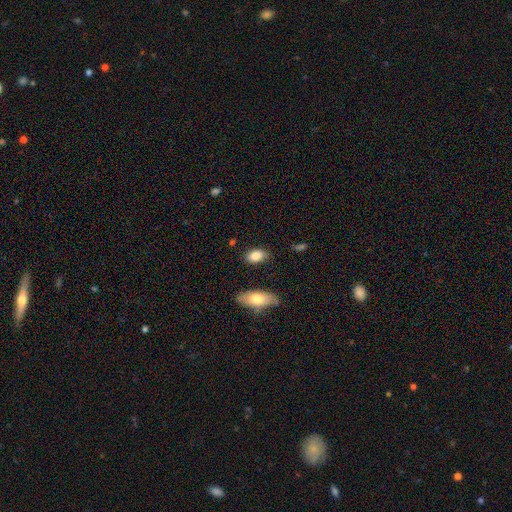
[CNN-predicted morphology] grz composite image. It shows a smooth galaxy with no disk features (85%) that is in between round and cigar-shaped (89%). Merging: none (82%).